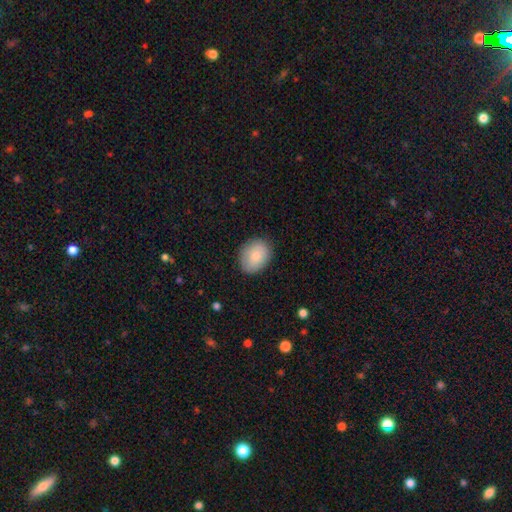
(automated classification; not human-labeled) Morphology: type=smooth (83%); roundness=in between (59%); merging=none (84%).